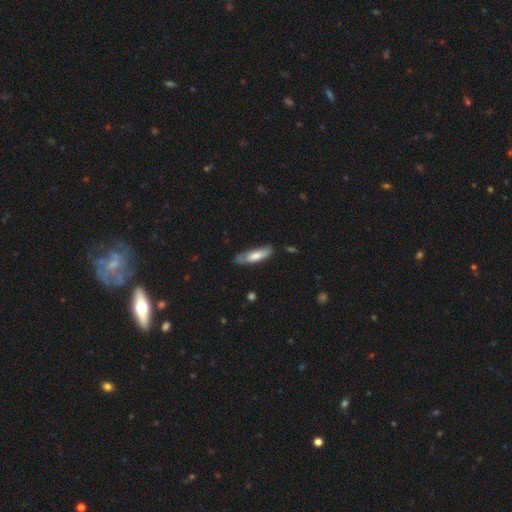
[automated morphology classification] Smooth or featured? Predicted: smooth (p=0.68). How rounded? Predicted: cigar-shaped (p=0.58). Merging? Predicted: none (p=0.71).